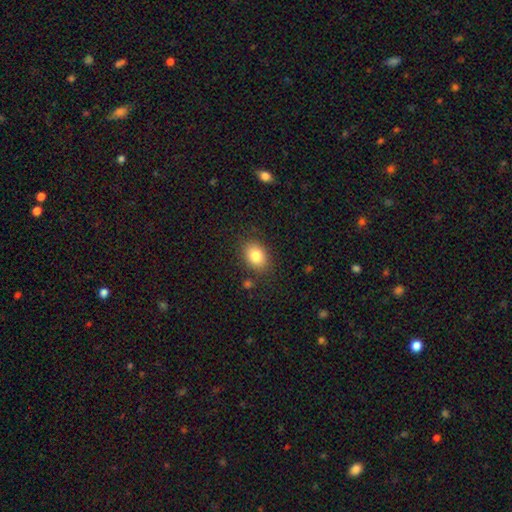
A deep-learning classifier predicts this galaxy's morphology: Overall: smooth (82%). How rounded: in between (71%). Merging: none (83%).